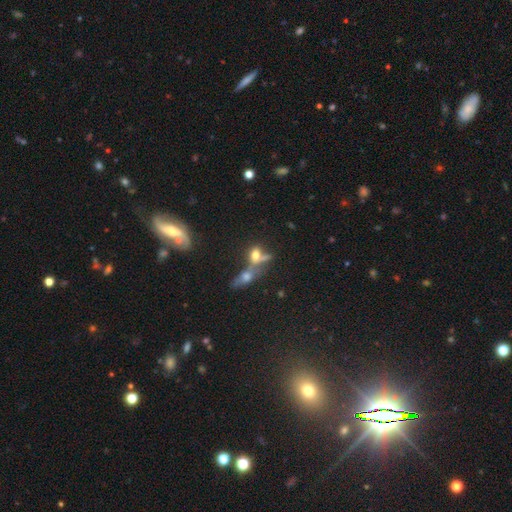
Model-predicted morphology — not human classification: The model was most divided on "how rounded": in between: 61%, round: 29%, cigar-shaped: 10%. More confident: smooth or featured — smooth (60%); merging — merger (58%).